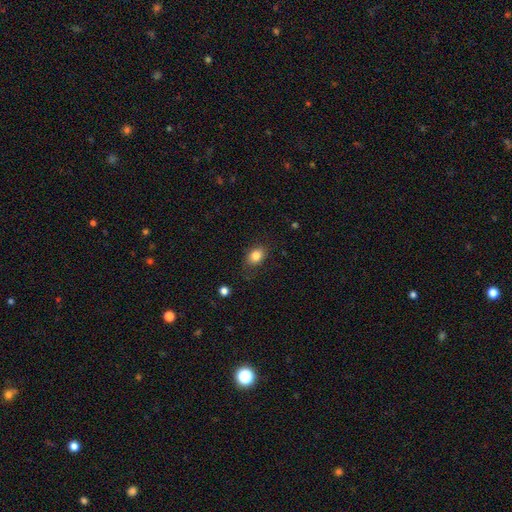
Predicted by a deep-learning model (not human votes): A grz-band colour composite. It shows a smooth galaxy with no disk features (83%) that is in between round and cigar-shaped (73%). Merging: none (80%).